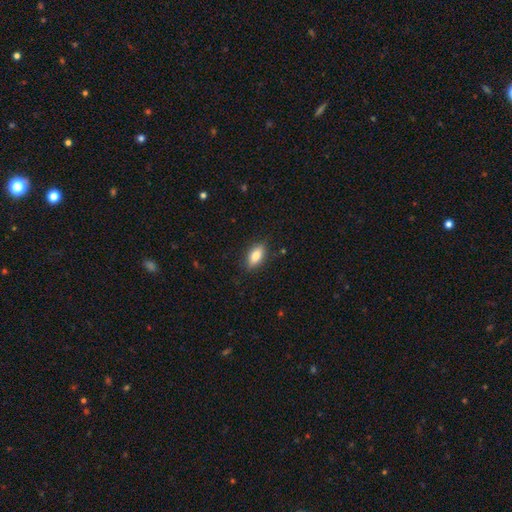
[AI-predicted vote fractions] A smooth galaxy with no disk features (77%) that is in between round and cigar-shaped (85%).

Vote fractions:
- Smooth or featured? smooth: 77% / featured or disk: 15% / star or artifact: 8%
- How rounded? in between: 85% / cigar-shaped: 11% / round: 4%
- Merging? none: 84% / minor disturbance: 12% / major disturbance: 3% / merger: 1%